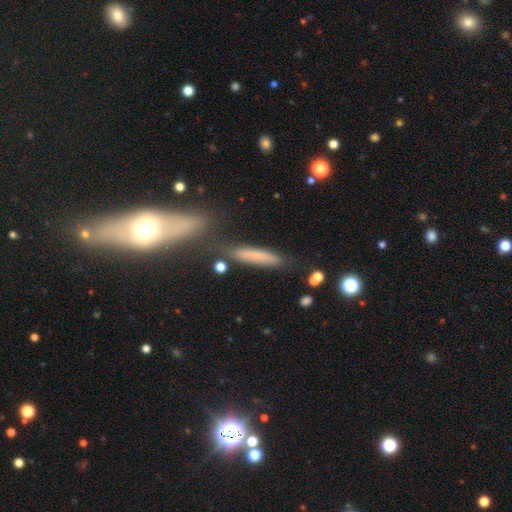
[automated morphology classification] smooth_or_featured: smooth (p=0.71) [alt: featured or disk p=0.19]
how_rounded: cigar-shaped (p=0.86) [alt: in between p=0.12]
merging: none (p=0.70) [alt: minor disturbance p=0.15]